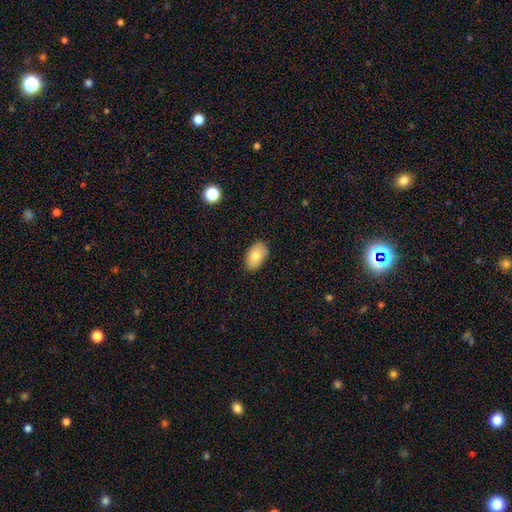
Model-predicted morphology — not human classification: smooth 79%, featured or disk 14%, star or artifact 7%. Down the decision tree: how rounded — in between (92%); merging — none (84%).